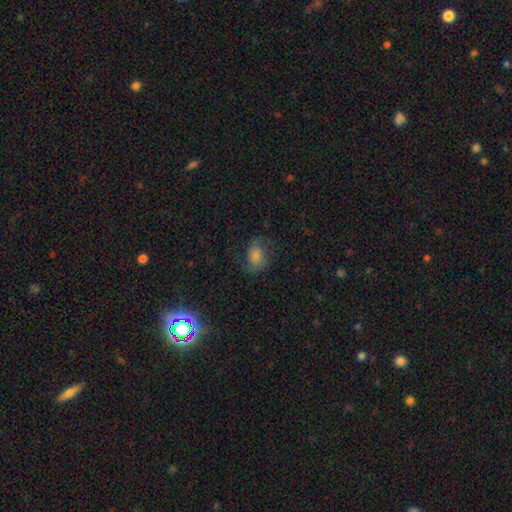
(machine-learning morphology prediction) Smooth or featured? Predicted: smooth (p=0.46). Merging? Predicted: none (p=0.65).